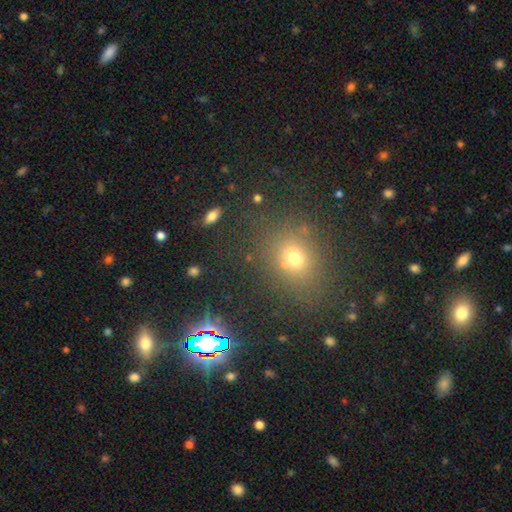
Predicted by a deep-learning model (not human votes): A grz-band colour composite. It shows a smooth galaxy with no disk features (54%) that is round (62%). Merging: none (86%).